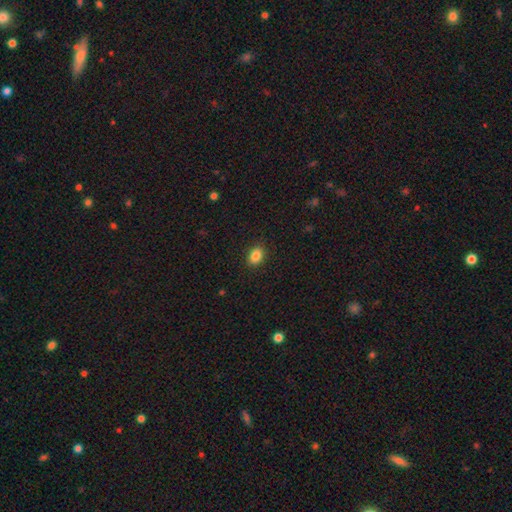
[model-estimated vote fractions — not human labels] Smooth or featured: smooth — 86% (star or artifact — 9%)
How rounded: in between — 74% (round — 24%)
Merging: none — 89% (minor disturbance — 8%)